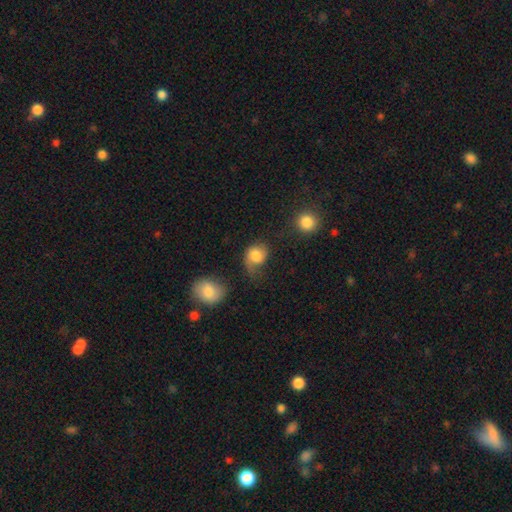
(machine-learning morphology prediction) Q: Smooth or featured?
A: smooth (73%); runner-up: featured or disk (19%)
Q: How rounded?
A: round (57%); runner-up: in between (42%)
Q: Merging?
A: none (35%); runner-up: minor disturbance (31%)